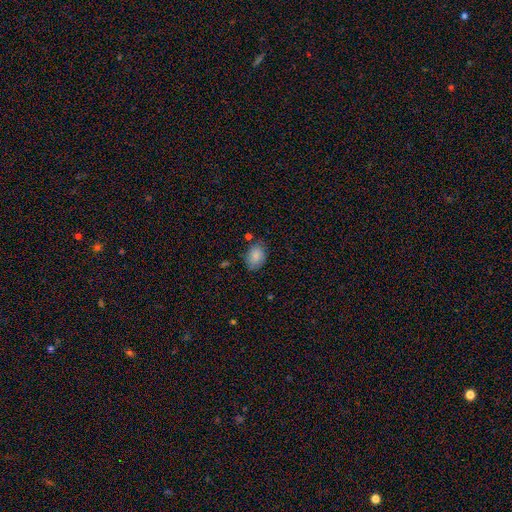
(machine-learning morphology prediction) This is clearly a smooth galaxy (84%). How rounded: likely in between (78%). Merging: likely none (72%).